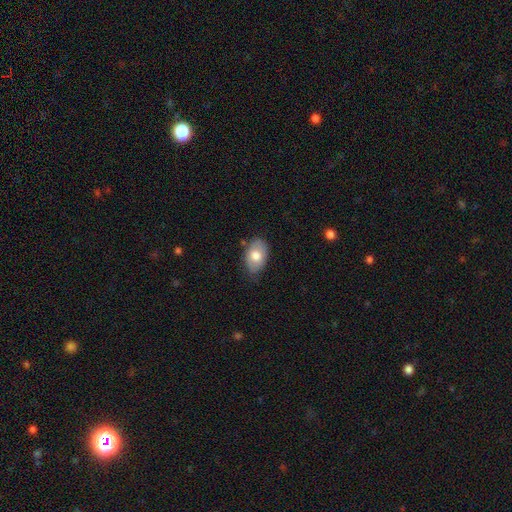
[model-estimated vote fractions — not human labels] Smooth or featured?
  - smooth: 74% *
  - featured or disk: 20%
  - star or artifact: 6%
How rounded?
  - in between: 89% *
  - round: 10%
  - cigar-shaped: 1%
Merging?
  - none: 71% *
  - minor disturbance: 23%
  - major disturbance: 4%
  - merger: 2%